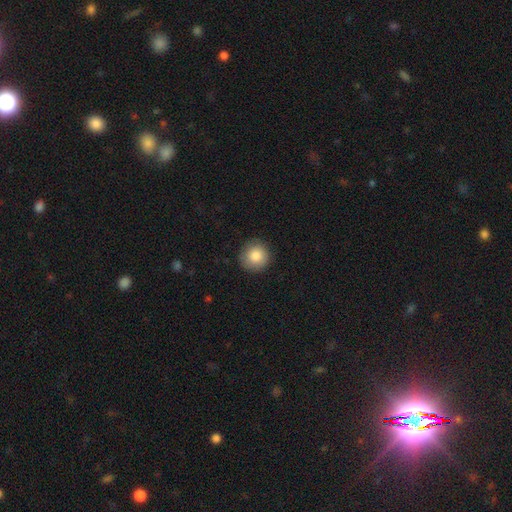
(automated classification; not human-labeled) smooth-or-featured: smooth: 85% | star or artifact: 8% | featured or disk: 7%
  how-rounded: round: 94% | in between: 5% | cigar-shaped: 1%
  merging: none: 88% | minor disturbance: 8% | major disturbance: 2% | merger: 1%